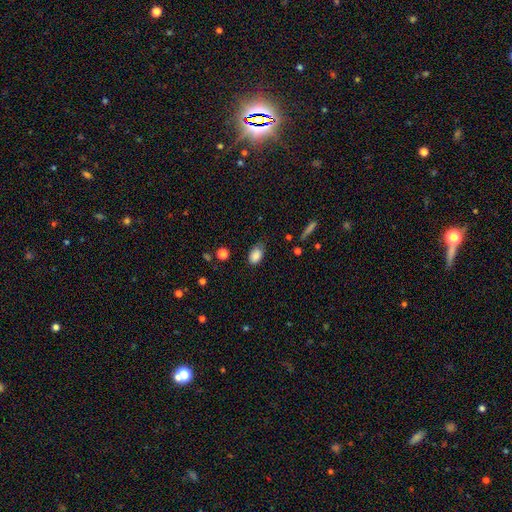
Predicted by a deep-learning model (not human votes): A smooth galaxy with no disk features (86%) that is in between round and cigar-shaped (88%). Merging: none (67%).